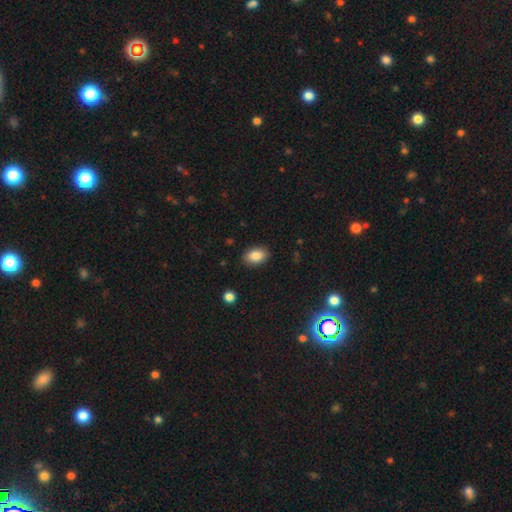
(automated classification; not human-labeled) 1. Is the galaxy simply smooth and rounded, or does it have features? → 85% smooth, 8% star or artifact, 7% featured or disk.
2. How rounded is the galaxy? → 88% in between, 11% round, 1% cigar-shaped.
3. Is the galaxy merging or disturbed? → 88% none, 9% minor disturbance, 2% major disturbance, 1% merger.